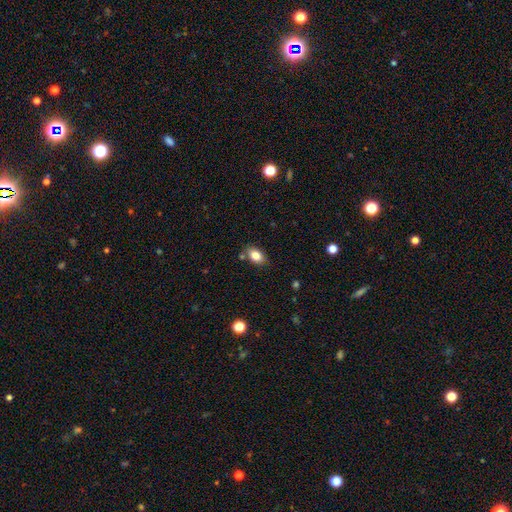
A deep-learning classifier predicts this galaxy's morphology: Smooth or featured?
  - smooth: 81% *
  - featured or disk: 10%
  - star or artifact: 9%
How rounded?
  - in between: 87% *
  - round: 12%
  - cigar-shaped: 2%
Merging?
  - none: 79% *
  - minor disturbance: 13%
  - merger: 6%
  - major disturbance: 3%